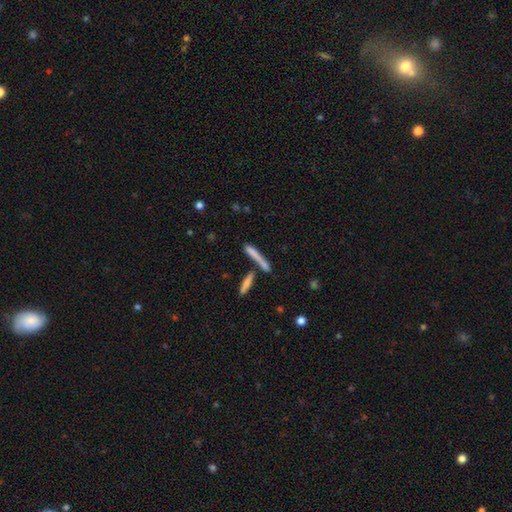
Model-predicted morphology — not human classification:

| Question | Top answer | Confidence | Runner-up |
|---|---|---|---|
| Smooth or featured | smooth | 61% | featured or disk (29%) |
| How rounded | cigar-shaped | 88% | in between (10%) |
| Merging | none | 50% | merger (35%) |